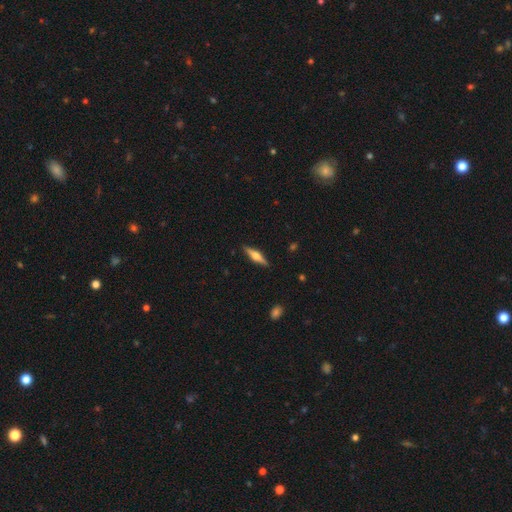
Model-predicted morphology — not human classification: Smooth or featured? Predicted: featured or disk (p=0.67). Edge-on disk? Predicted: yes (p=0.97). Edge-on bulge? Predicted: rounded (p=0.92). Merging? Predicted: none (p=0.90).